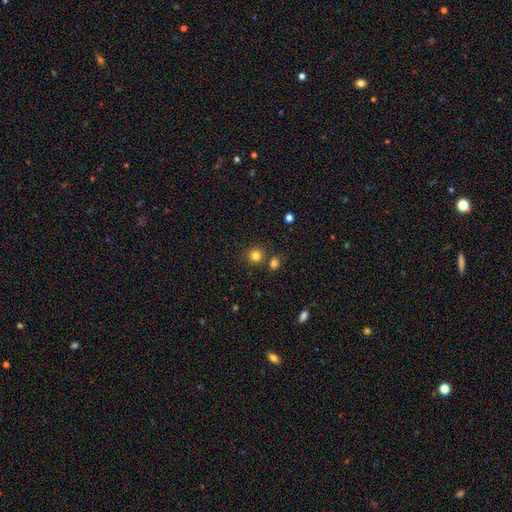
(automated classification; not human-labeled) Q: Smooth or featured?
A: smooth (81%); runner-up: star or artifact (13%)
Q: How rounded?
A: round (91%); runner-up: in between (8%)
Q: Merging?
A: none (78%); runner-up: merger (11%)